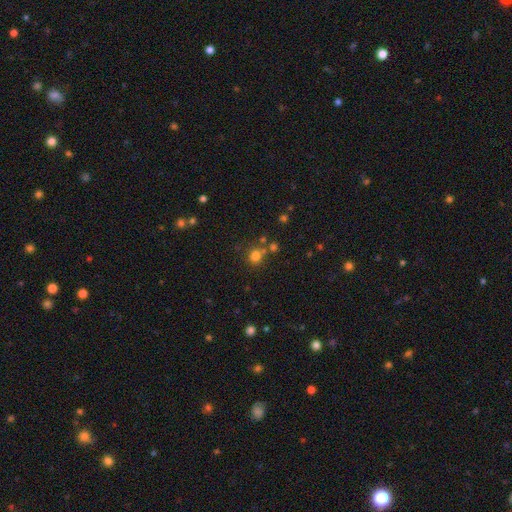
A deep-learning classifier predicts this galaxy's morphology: Overall: smooth (76%). How rounded: round (86%). Merging: none (69%).